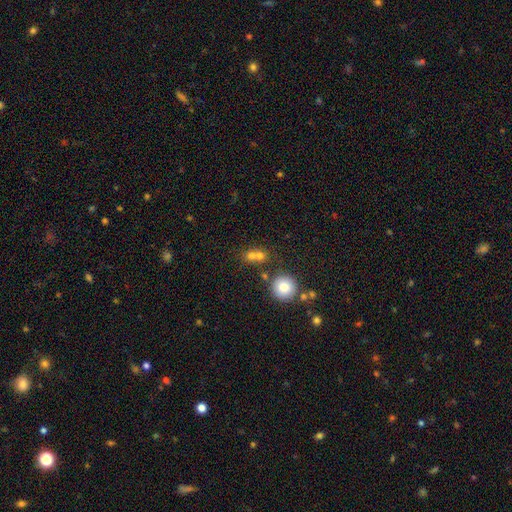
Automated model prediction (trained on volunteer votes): smooth_or_featured: smooth (p=0.71) [alt: star or artifact p=0.15]
how_rounded: round (p=0.77) [alt: in between p=0.21]
merging: merger (p=0.47) [alt: none p=0.42]